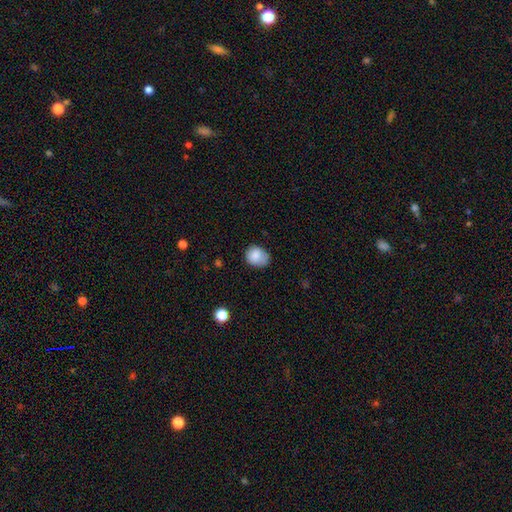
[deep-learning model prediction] smooth_or_featured: smooth (p=0.84) [alt: star or artifact p=0.09]
how_rounded: round (p=0.58) [alt: in between p=0.41]
merging: none (p=0.63) [alt: minor disturbance p=0.29]